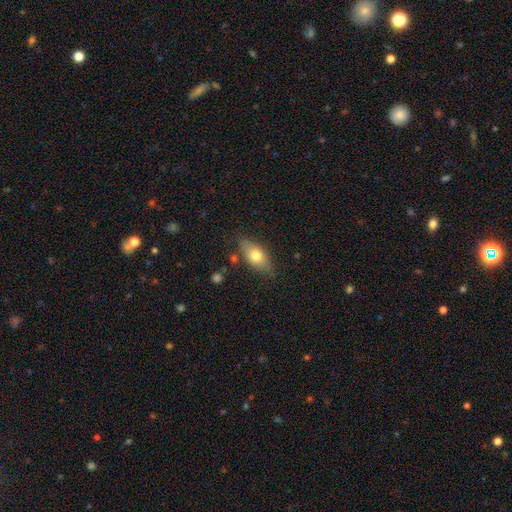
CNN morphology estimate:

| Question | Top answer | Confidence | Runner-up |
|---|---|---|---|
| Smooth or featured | smooth | 69% | featured or disk (24%) |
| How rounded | in between | 83% | cigar-shaped (10%) |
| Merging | none | 76% | minor disturbance (17%) |